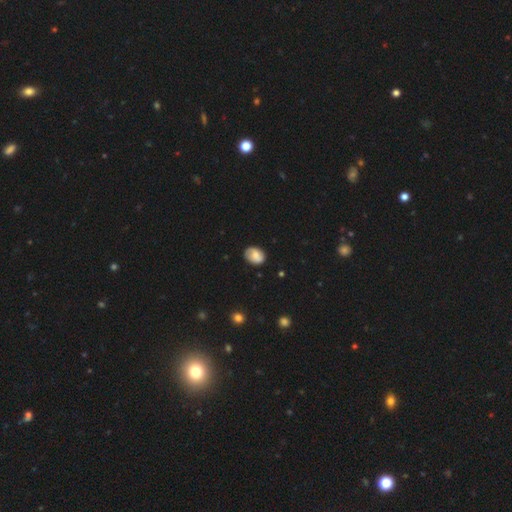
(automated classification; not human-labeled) The model was most divided on "how rounded": in between: 65%, round: 34%, cigar-shaped: 1%. More confident: merging — none (74%); smooth or featured — smooth (67%).